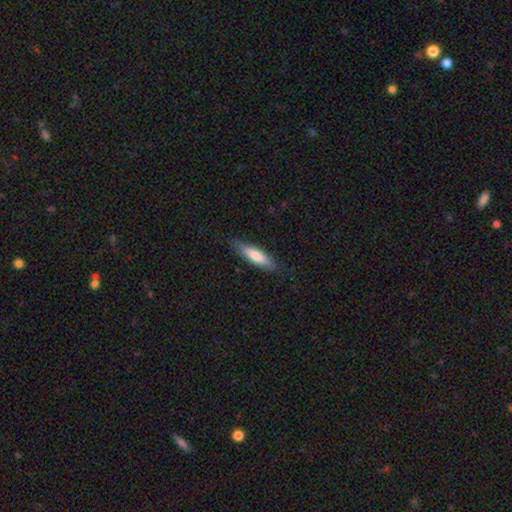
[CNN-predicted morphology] smooth-or-featured: smooth: 74% | featured or disk: 21% | star or artifact: 5%
  how-rounded: cigar-shaped: 75% | in between: 24% | round: 1%
  merging: none: 83% | minor disturbance: 13% | major disturbance: 3% | merger: 1%